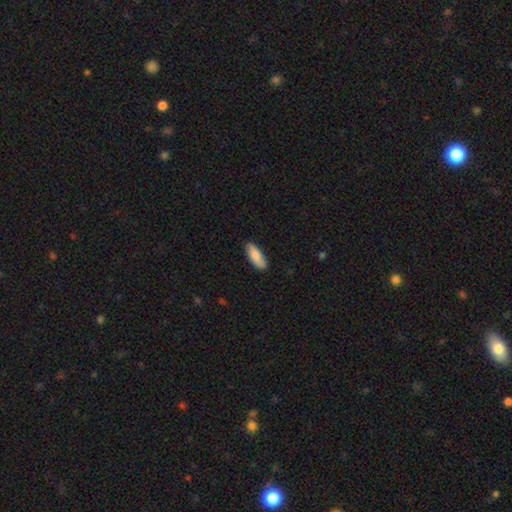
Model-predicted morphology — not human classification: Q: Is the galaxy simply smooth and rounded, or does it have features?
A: smooth — 84%.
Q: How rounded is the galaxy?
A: in between — 73%.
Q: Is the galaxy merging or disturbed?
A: none — 83%.